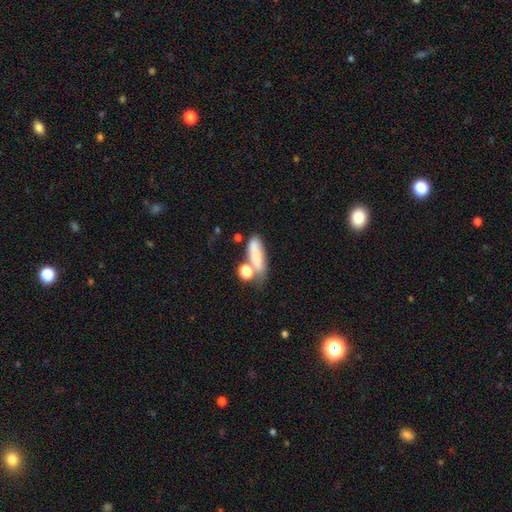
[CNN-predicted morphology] Q: Smooth or featured?
A: smooth (71%); runner-up: featured or disk (18%)
Q: How rounded?
A: in between (56%); runner-up: cigar-shaped (33%)
Q: Merging?
A: none (38%); runner-up: merger (28%)